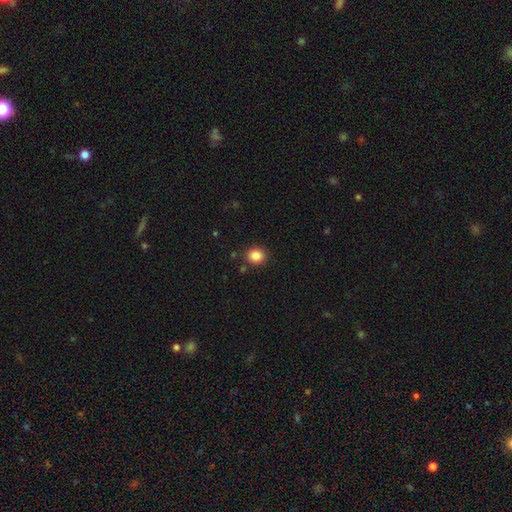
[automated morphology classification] Smooth or featured: smooth — 86% (star or artifact — 10%)
How rounded: round — 81% (in between — 18%)
Merging: none — 87% (minor disturbance — 8%)